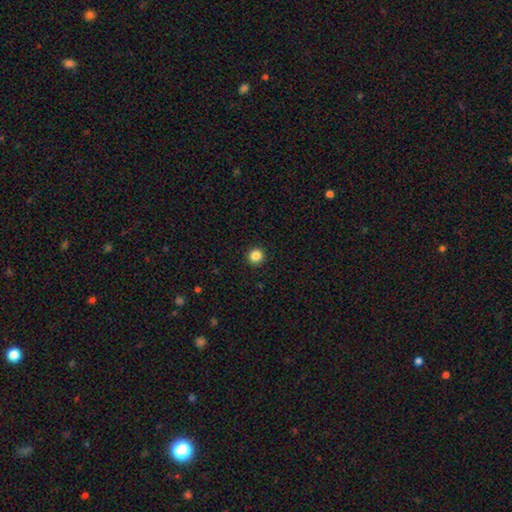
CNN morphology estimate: The model was most divided on "smooth or featured": smooth: 85%, star or artifact: 11%, featured or disk: 4%. More confident: how rounded — round (94%); merging — none (93%).